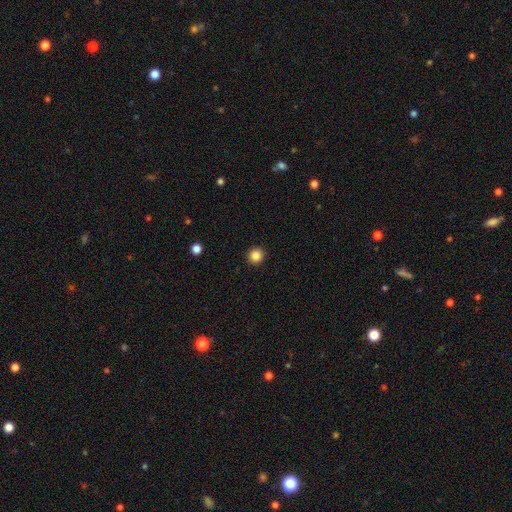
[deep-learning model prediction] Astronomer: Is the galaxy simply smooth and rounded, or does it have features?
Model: smooth — 86%.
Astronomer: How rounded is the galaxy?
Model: round — 95%.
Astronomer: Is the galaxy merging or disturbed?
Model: none — 93%.